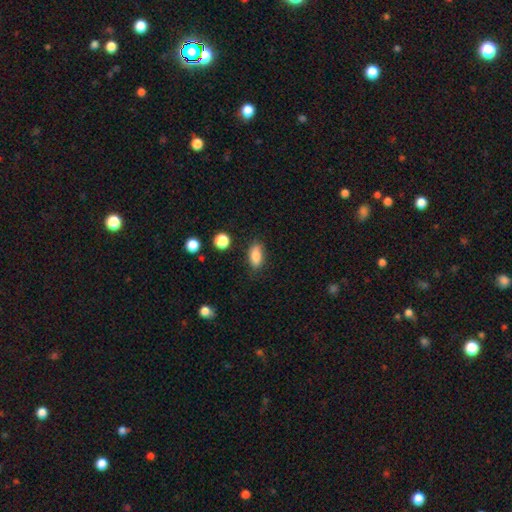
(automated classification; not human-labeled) smooth-or-featured: smooth: 84% | star or artifact: 8% | featured or disk: 7%
  how-rounded: in between: 86% | cigar-shaped: 9% | round: 5%
  merging: none: 82% | minor disturbance: 13% | major disturbance: 3% | merger: 2%